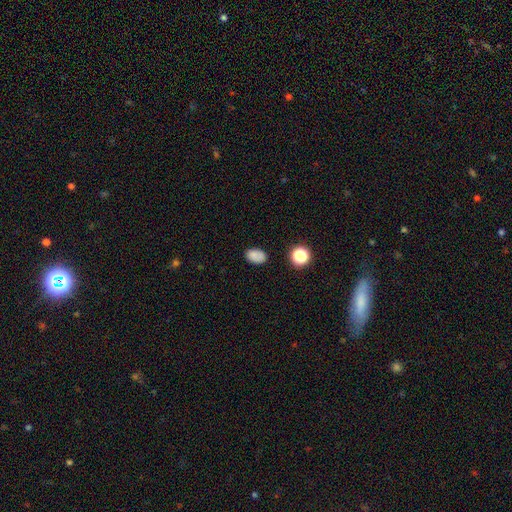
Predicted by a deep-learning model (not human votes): smooth-or-featured: smooth: 82% | star or artifact: 12% | featured or disk: 6%
  how-rounded: in between: 85% | round: 14% | cigar-shaped: 1%
  merging: none: 83% | minor disturbance: 12% | major disturbance: 3% | merger: 2%